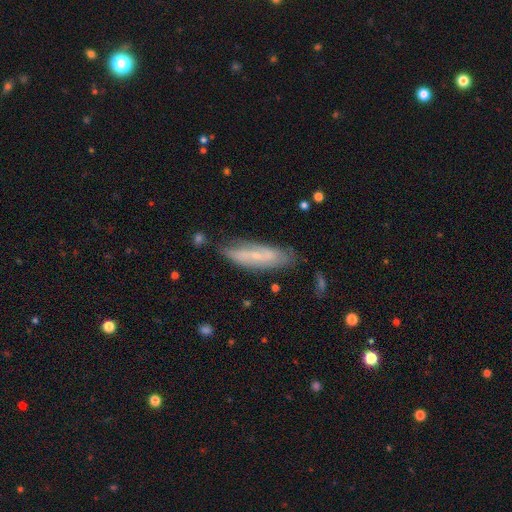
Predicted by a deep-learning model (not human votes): Smooth or featured?
  - featured or disk: 54% *
  - smooth: 38%
  - star or artifact: 7%
Edge-on disk?
  - no: 65% *
  - yes: 35%
Merging?
  - none: 68% *
  - minor disturbance: 23%
  - major disturbance: 6%
  - merger: 4%